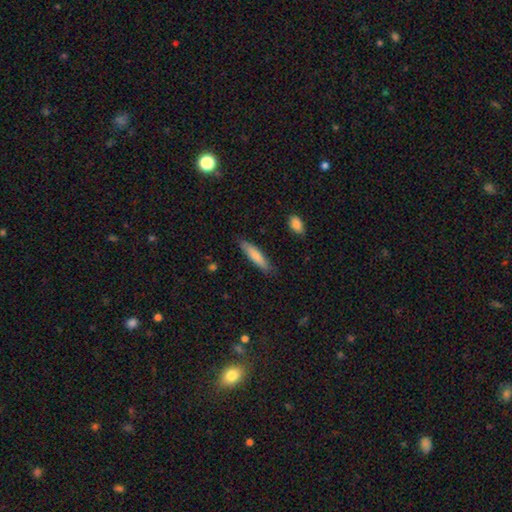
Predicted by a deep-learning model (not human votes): The model was most divided on "how rounded": cigar-shaped: 79%, in between: 20%, round: 1%. More confident: merging — none (84%); smooth or featured — smooth (79%).